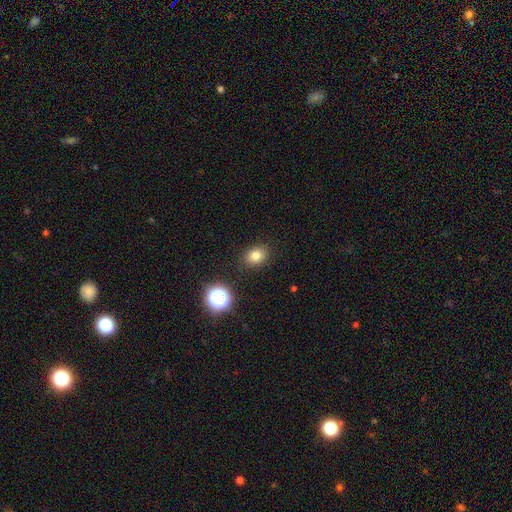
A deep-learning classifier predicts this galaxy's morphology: smooth 80%, star or artifact 14%, featured or disk 7%. Down the decision tree: how rounded — in between (51%); merging — none (87%).